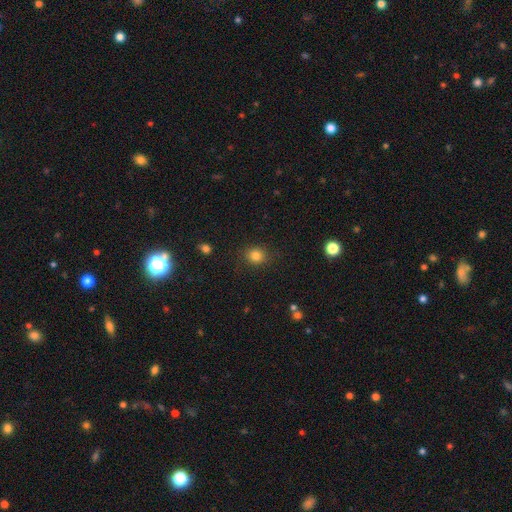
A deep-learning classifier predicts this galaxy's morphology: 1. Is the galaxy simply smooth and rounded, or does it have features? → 83% smooth, 12% star or artifact, 5% featured or disk.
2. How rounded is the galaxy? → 83% round, 16% in between, 1% cigar-shaped.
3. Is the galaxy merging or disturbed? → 86% none, 9% minor disturbance, 3% major disturbance, 1% merger.